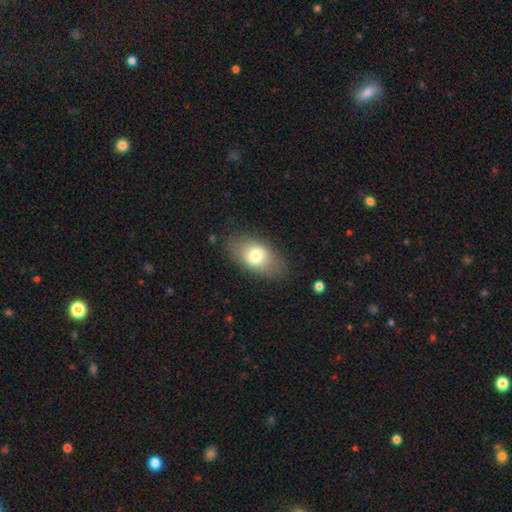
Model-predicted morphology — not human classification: A smooth galaxy with no disk features (73%) that is in between round and cigar-shaped (90%).

Vote fractions:
- Smooth or featured? smooth: 73% / featured or disk: 20% / star or artifact: 8%
- How rounded? in between: 90% / round: 8% / cigar-shaped: 2%
- Merging? none: 82% / minor disturbance: 13% / major disturbance: 5% / merger: 1%